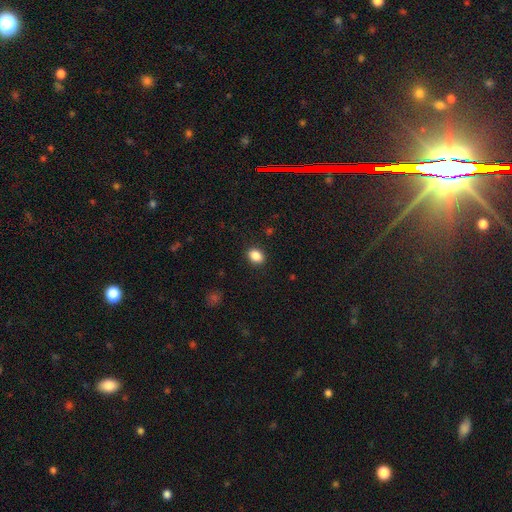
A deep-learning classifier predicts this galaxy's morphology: A smooth galaxy with no disk features (87%) that is in between round and cigar-shaped (62%). Merging: none (89%).